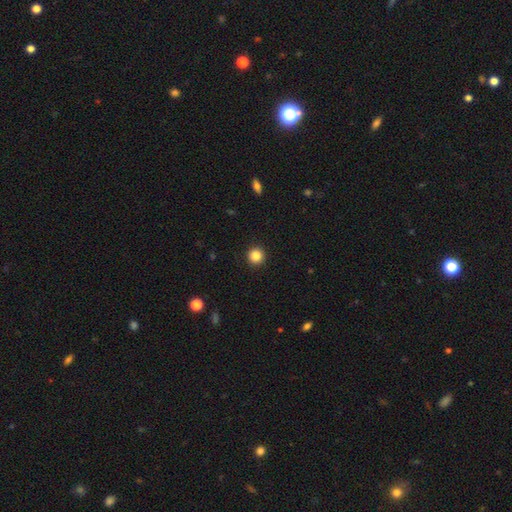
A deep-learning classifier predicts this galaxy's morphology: Smooth or featured? smooth (85%)
How rounded? round (96%)
Merging? none (93%)